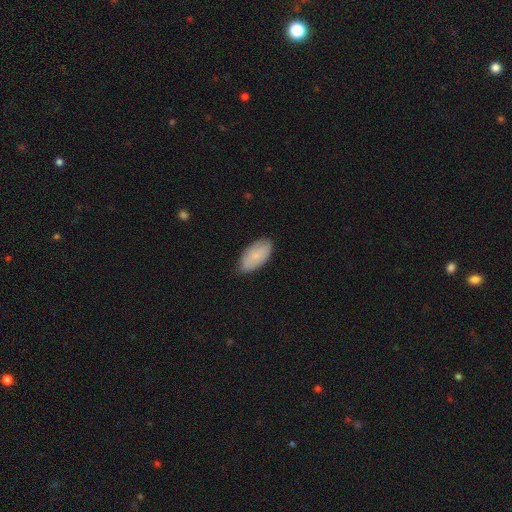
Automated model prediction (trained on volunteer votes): Overall: smooth (79%). How rounded: in between (94%). Merging: none (79%).